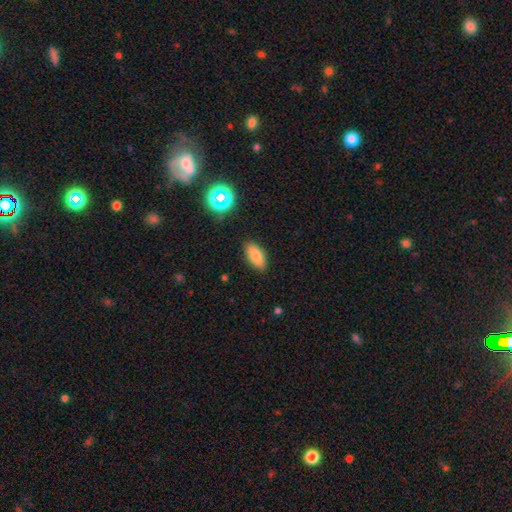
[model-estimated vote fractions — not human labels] Morphology: type=smooth (81%); roundness=in between (89%); merging=none (86%).